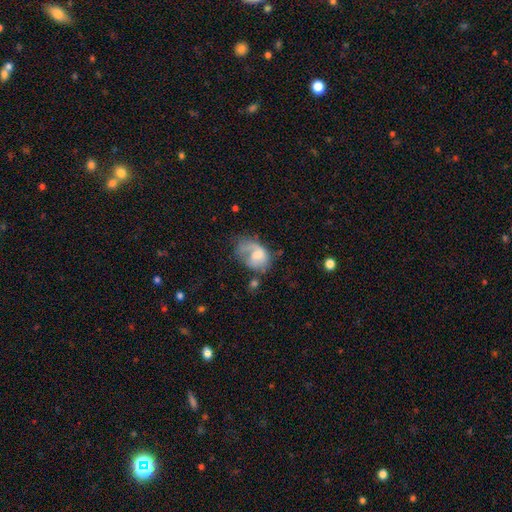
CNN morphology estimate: A smooth galaxy with no disk features (49%). Merging: major disturbance (42%).